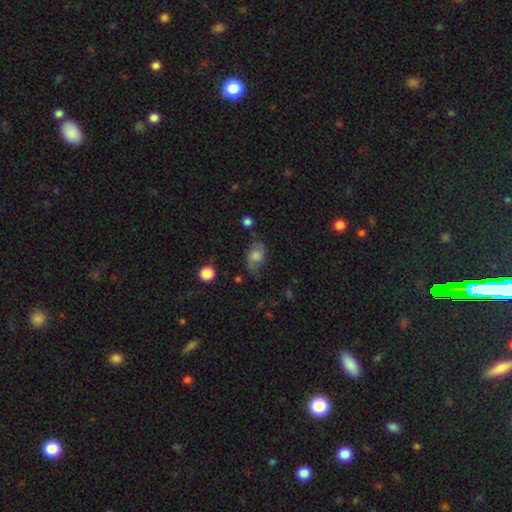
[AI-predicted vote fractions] Morphology: type=smooth (54%); roundness=in between (80%); merging=none (61%).